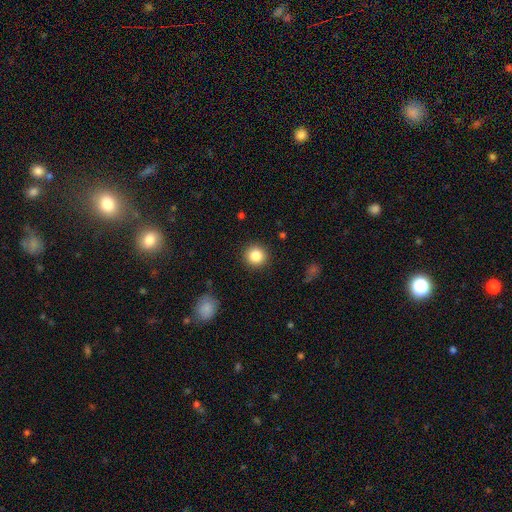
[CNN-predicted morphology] Smooth or featured? smooth (85%)
How rounded? round (94%)
Merging? none (91%)